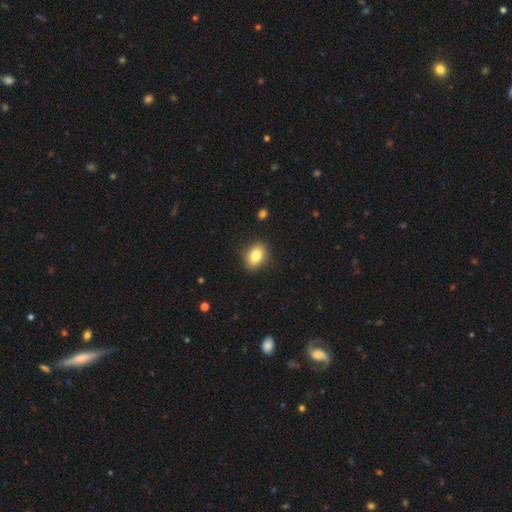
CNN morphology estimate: A smooth galaxy with no disk features (82%) that is in between round and cigar-shaped (73%). Merging: none (87%).